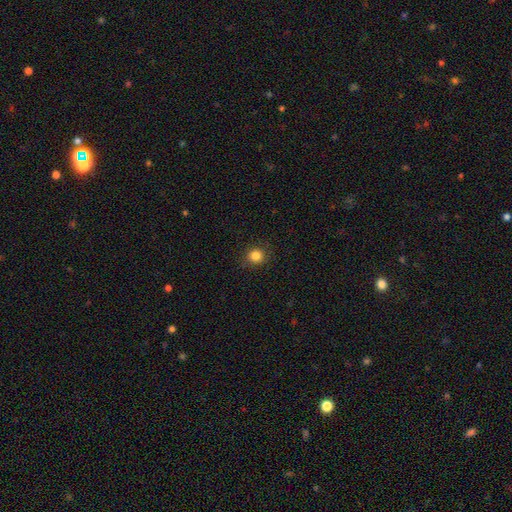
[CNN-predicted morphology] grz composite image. It shows a smooth galaxy with no disk features (84%) that is round (87%). Merging: none (88%).